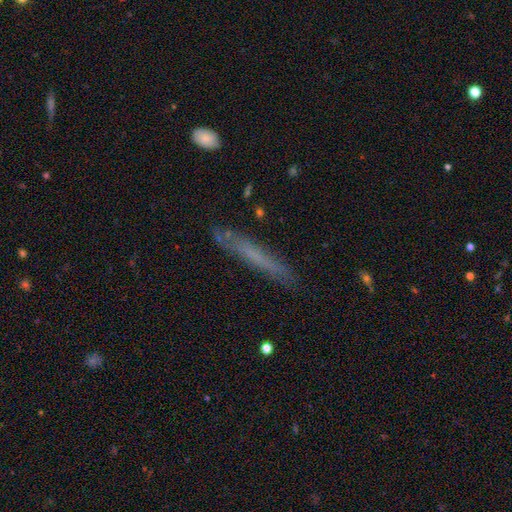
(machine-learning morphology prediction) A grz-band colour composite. It shows a smooth galaxy with no disk features (49%). Merging: none (80%).